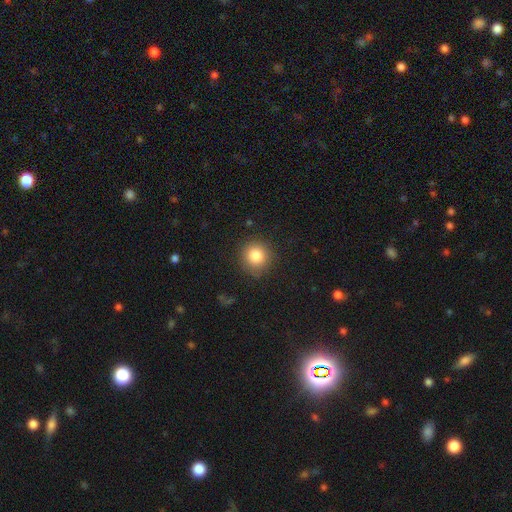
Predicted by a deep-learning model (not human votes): This is clearly a smooth galaxy (83%). How rounded: clearly round (91%). Merging: clearly none (86%).